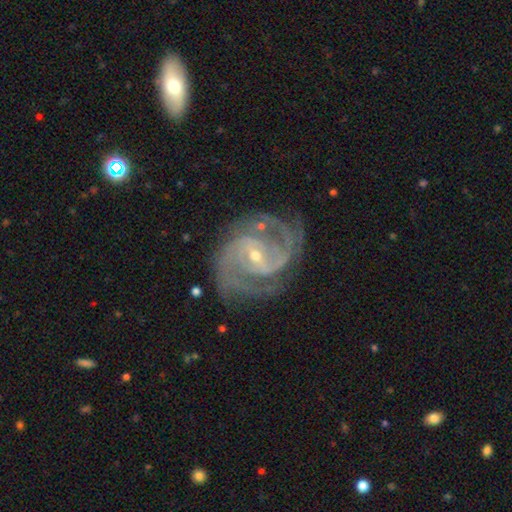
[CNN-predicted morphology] This appears to be a featured or disk galaxy (93%) with a weak bar (48%), 2 (56%) medium (50%) spiral arms (98%) and a small central bulge (65%). Merging: none (73%).